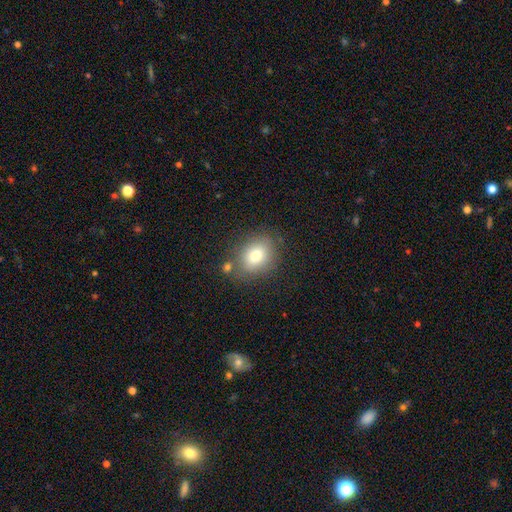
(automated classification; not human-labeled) Overall: smooth (76%). How rounded: in between (58%; round 41%). Merging: none (75%).